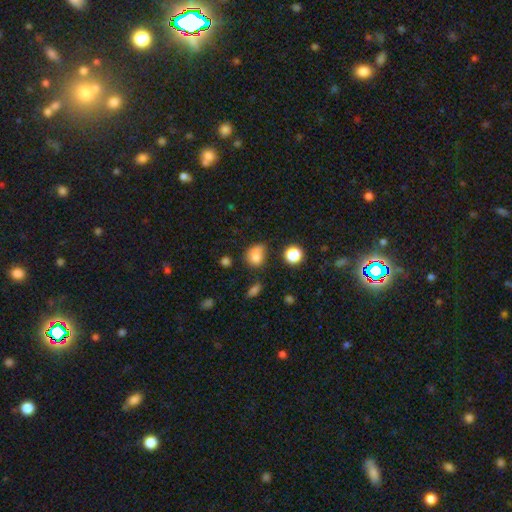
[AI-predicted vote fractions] Smooth or featured: smooth — 78% (star or artifact — 14%)
How rounded: round — 57% (in between — 42%)
Merging: none — 46% (minor disturbance — 29%)